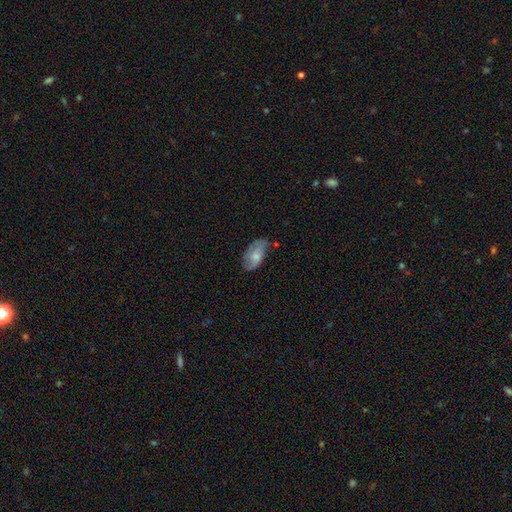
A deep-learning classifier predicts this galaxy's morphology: smooth 60%, featured or disk 32%, star or artifact 7%. Down the decision tree: how rounded — in between (93%); merging — none (54%).